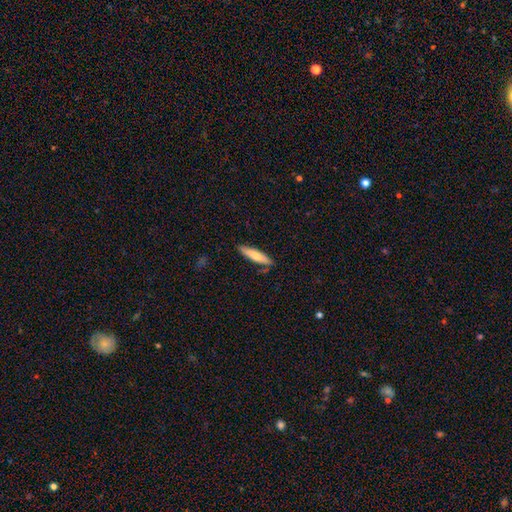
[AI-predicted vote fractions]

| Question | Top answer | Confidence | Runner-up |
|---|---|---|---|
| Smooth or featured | smooth | 69% | featured or disk (26%) |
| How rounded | cigar-shaped | 81% | in between (18%) |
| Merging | none | 85% | minor disturbance (11%) |